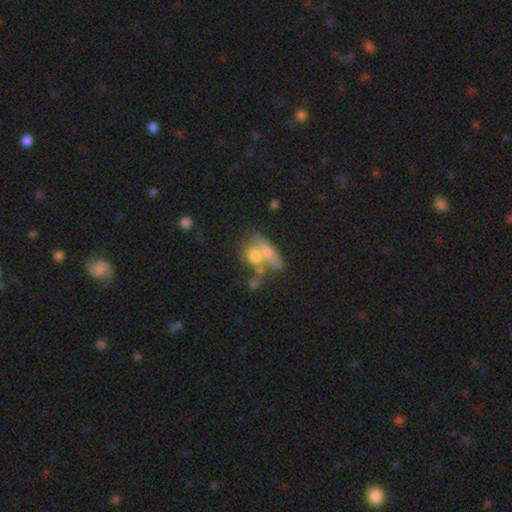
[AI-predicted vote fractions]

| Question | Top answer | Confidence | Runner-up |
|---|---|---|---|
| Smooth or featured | smooth | 49% | featured or disk (36%) |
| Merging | merger | 47% | none (32%) |